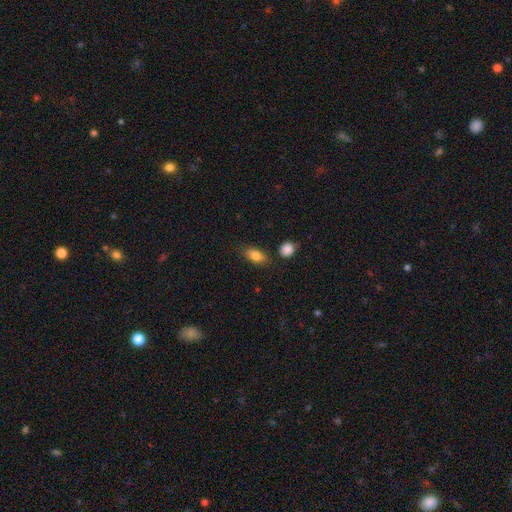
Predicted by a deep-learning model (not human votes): Q: Smooth or featured?
A: smooth (83%); runner-up: featured or disk (9%)
Q: How rounded?
A: in between (85%); runner-up: round (8%)
Q: Merging?
A: none (79%); runner-up: minor disturbance (13%)